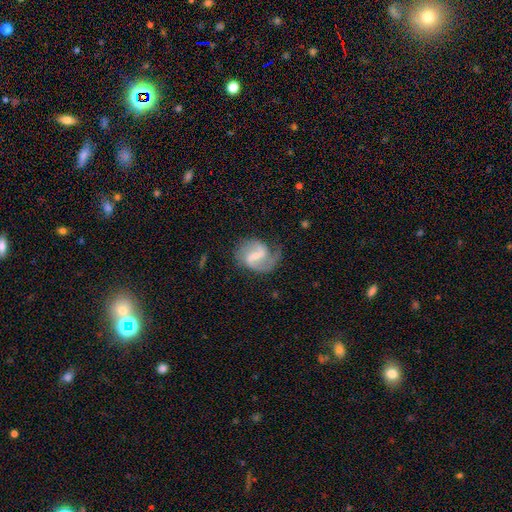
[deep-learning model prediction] Smooth or featured?
  - featured or disk: 86% *
  - smooth: 9%
  - star or artifact: 5%
Edge-on disk?
  - no: 98% *
  - yes: 2%
Bar?
  - weak: 55% *
  - strong: 31%
  - no: 15%
Spiral arms?
  - yes: 96% *
  - no: 4%
Spiral winding?
  - medium: 52% *
  - loose: 32%
  - tight: 16%
Spiral arm count?
  - 2: 84% *
  - 1: 9%
  - can't tell: 4%
  - 3: 2%
  - 4: 1%
  - more than 4: 1%
Bulge size?
  - small: 57% *
  - moderate: 33%
  - none: 7%
  - large: 2%
  - dominant: 1%
Merging?
  - none: 63% *
  - minor disturbance: 22%
  - major disturbance: 13%
  - merger: 2%